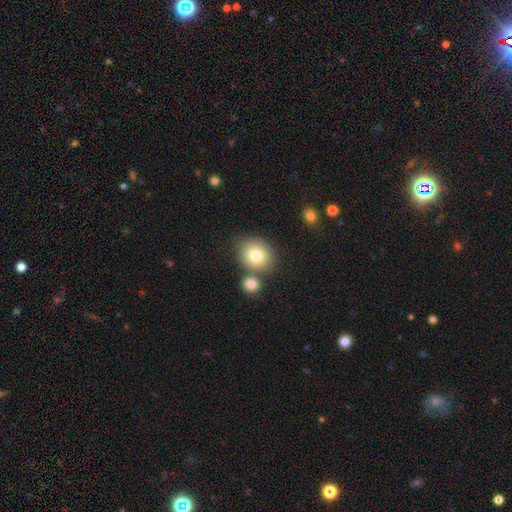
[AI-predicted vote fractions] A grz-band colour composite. It shows a smooth galaxy with no disk features (79%) that is round (67%). Merging: none (64%).